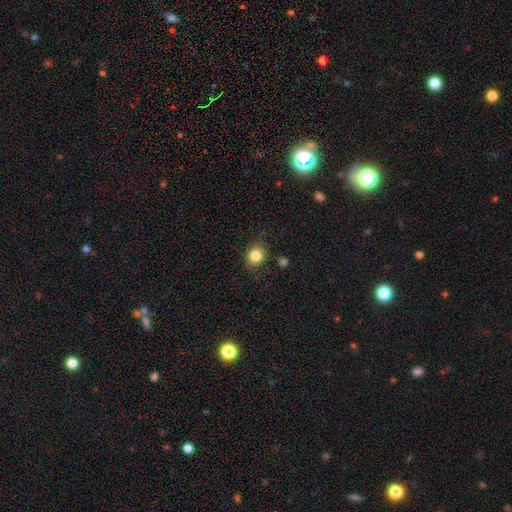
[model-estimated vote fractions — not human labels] smooth 82%, star or artifact 10%, featured or disk 7%. Down the decision tree: how rounded — round (64%); merging — none (82%).